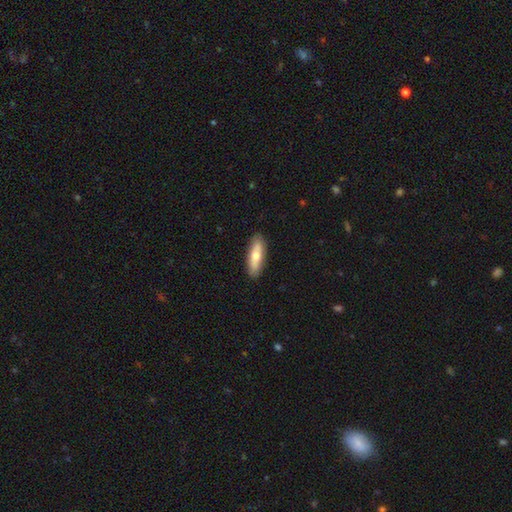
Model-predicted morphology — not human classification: Overall: smooth (67%; featured or disk 27%). How rounded: in between (49%, tied with cigar-shaped). Merging: none (87%).